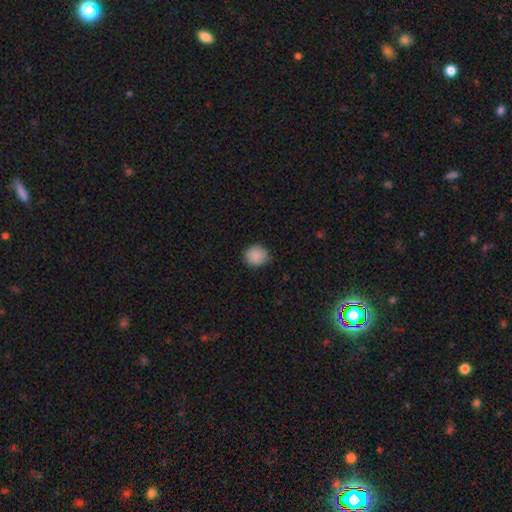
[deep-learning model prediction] Smooth or featured? Predicted: smooth (p=0.88). How rounded? Predicted: round (p=0.88). Merging? Predicted: none (p=0.81).